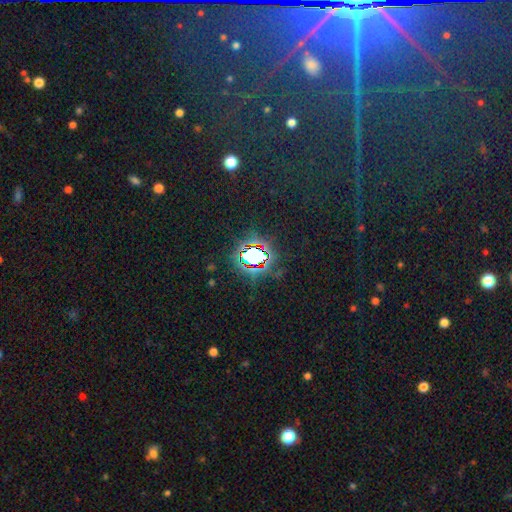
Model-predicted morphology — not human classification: A star or artifact, not a galaxy (76%).

Vote fractions:
- Smooth or featured? star or artifact: 76% / smooth: 14% / featured or disk: 10%